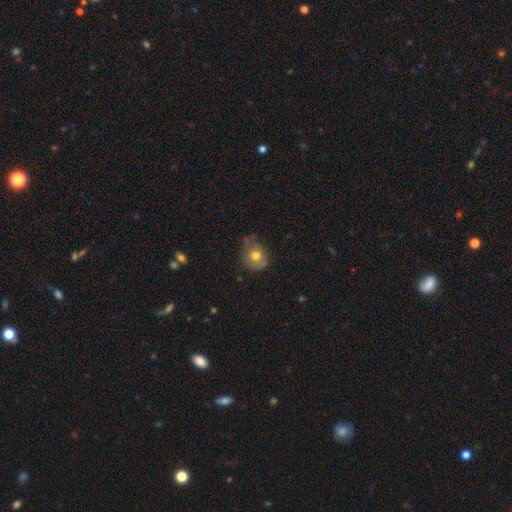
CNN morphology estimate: Smooth or featured? Predicted: smooth (p=0.68). How rounded? Predicted: round (p=0.73). Merging? Predicted: none (p=0.54).